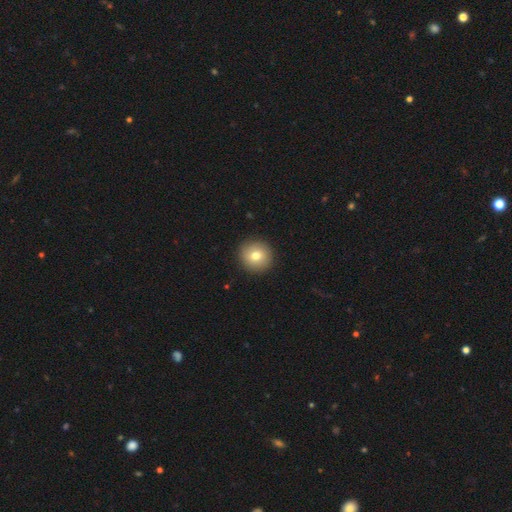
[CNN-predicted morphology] Smooth or featured? Predicted: smooth (p=0.76). How rounded? Predicted: round (p=0.93). Merging? Predicted: none (p=0.92).